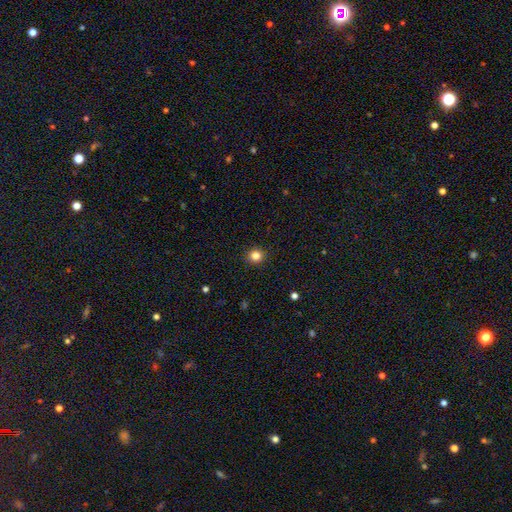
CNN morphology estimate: A smooth galaxy with no disk features (83%) that is round (90%). Merging: none (92%).